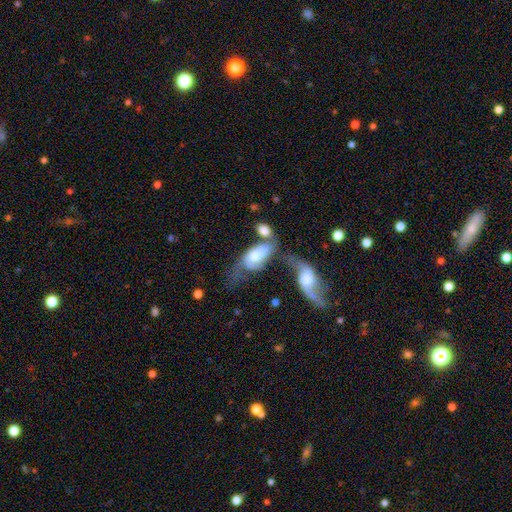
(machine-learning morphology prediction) This is possibly a featured or disk galaxy (49%). Merging: possibly merger (50%).